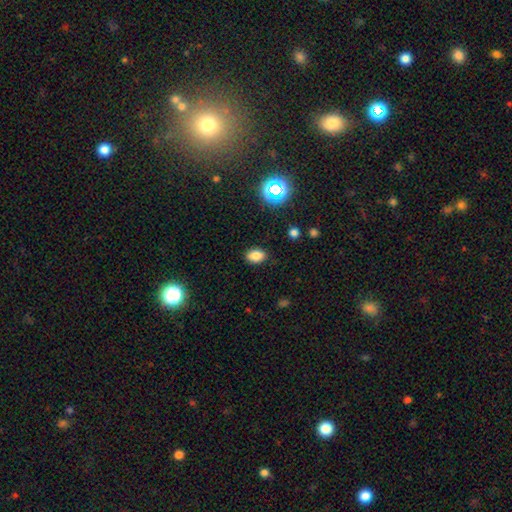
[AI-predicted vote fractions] Smooth or featured?
  - smooth: 80% *
  - star or artifact: 14%
  - featured or disk: 6%
How rounded?
  - in between: 83% *
  - round: 15%
  - cigar-shaped: 2%
Merging?
  - none: 86% *
  - minor disturbance: 10%
  - major disturbance: 3%
  - merger: 1%